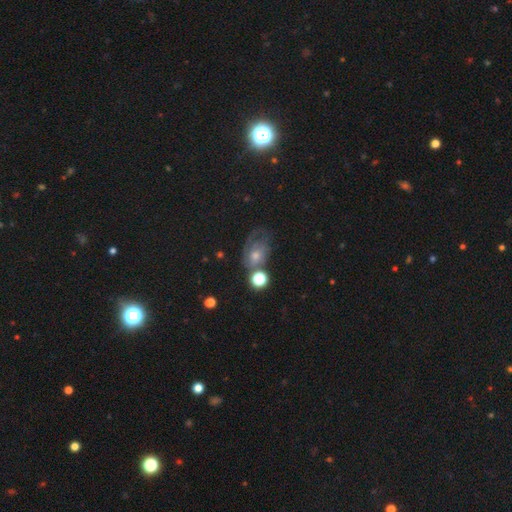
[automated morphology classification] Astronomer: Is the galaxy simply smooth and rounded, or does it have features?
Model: featured or disk — 42% (runner-up: smooth, 36%).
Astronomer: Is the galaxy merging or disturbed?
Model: none — 43% (runner-up: minor disturbance, 24%).